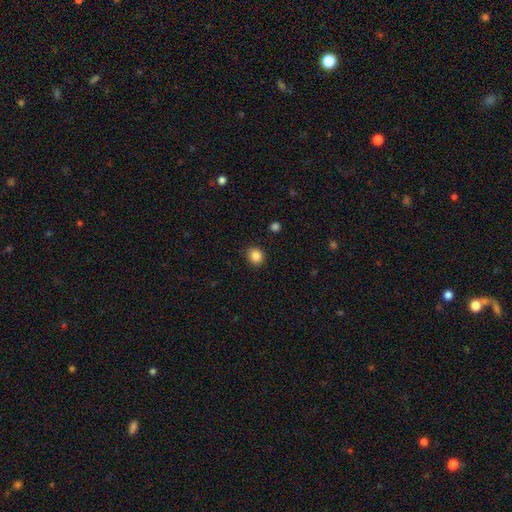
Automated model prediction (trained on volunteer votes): Smooth or featured? Predicted: smooth (p=0.86). How rounded? Predicted: round (p=0.77). Merging? Predicted: none (p=0.89).